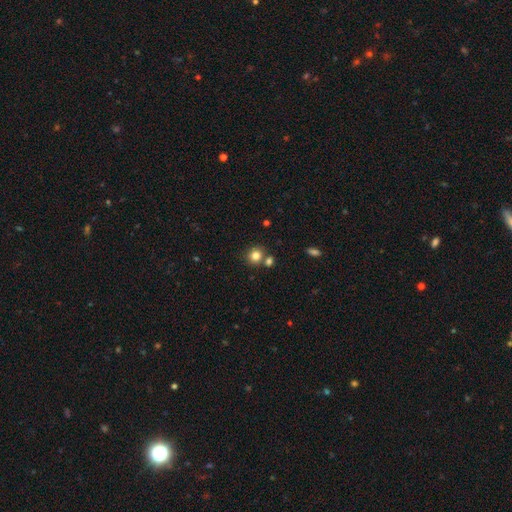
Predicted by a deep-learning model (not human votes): A smooth galaxy with no disk features (82%) that is round (84%). Merging: none (69%).